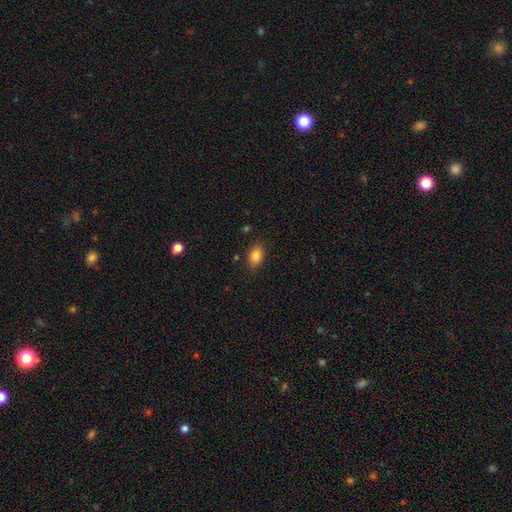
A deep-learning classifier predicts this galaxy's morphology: A smooth galaxy with no disk features (84%) that is in between round and cigar-shaped (84%). Merging: none (85%).